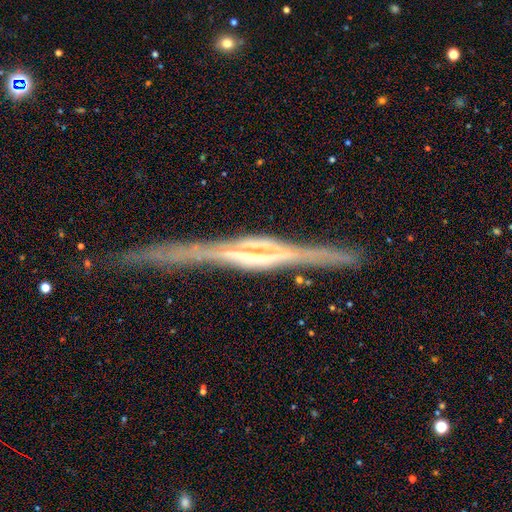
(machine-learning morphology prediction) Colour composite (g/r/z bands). It shows a featured or disk galaxy (88%) viewed edge-on (97%) with a rounded central bulge (43%). Merging: none (83%).